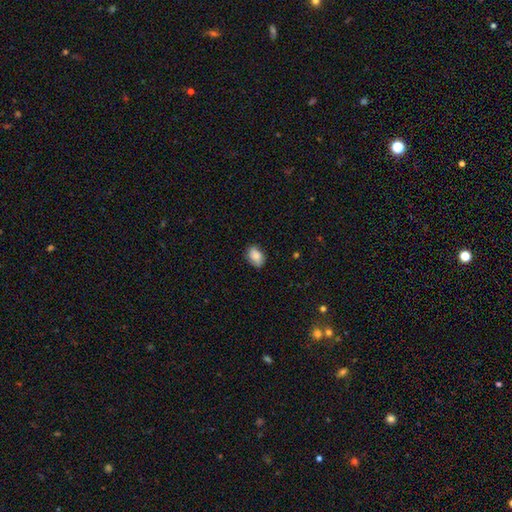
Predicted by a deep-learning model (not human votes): Smooth or featured?
  - smooth: 84% *
  - featured or disk: 9%
  - star or artifact: 8%
How rounded?
  - in between: 82% *
  - round: 17%
  - cigar-shaped: 1%
Merging?
  - none: 79% *
  - minor disturbance: 17%
  - major disturbance: 3%
  - merger: 1%